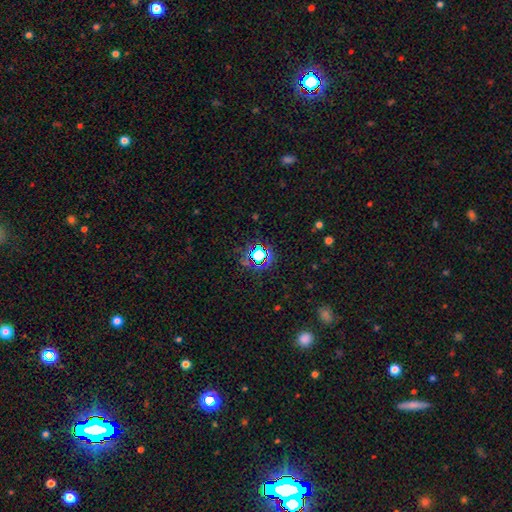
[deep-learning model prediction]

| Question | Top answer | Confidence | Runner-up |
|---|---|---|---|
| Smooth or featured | star or artifact | 68% | smooth (22%) |